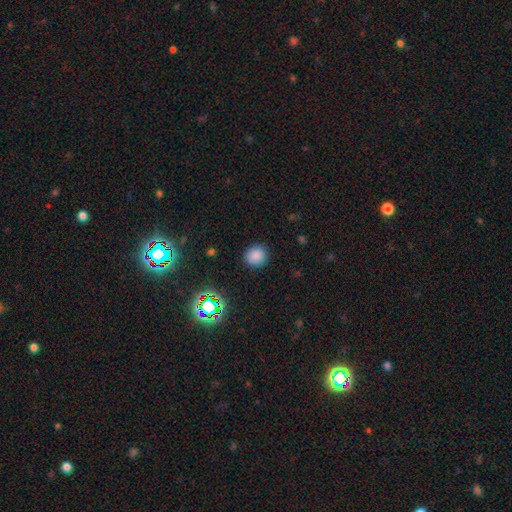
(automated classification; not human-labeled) A smooth galaxy with no disk features (81%) that is round (90%).

Vote fractions:
- Smooth or featured? smooth: 81% / star or artifact: 14% / featured or disk: 5%
- How rounded? round: 90% / in between: 9% / cigar-shaped: 1%
- Merging? none: 89% / minor disturbance: 7% / major disturbance: 2% / merger: 1%